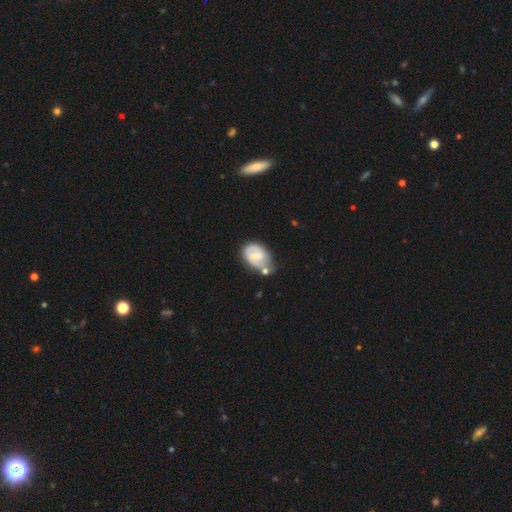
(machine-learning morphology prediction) Overall: featured or disk (57%; smooth 37%). Edge-on disk: no (97%). Bar: weak (50%; no 38%). Spiral arms: yes (78%). Bulge size: small (51%; moderate 35%). Merging: none (42%; minor disturbance 28%).